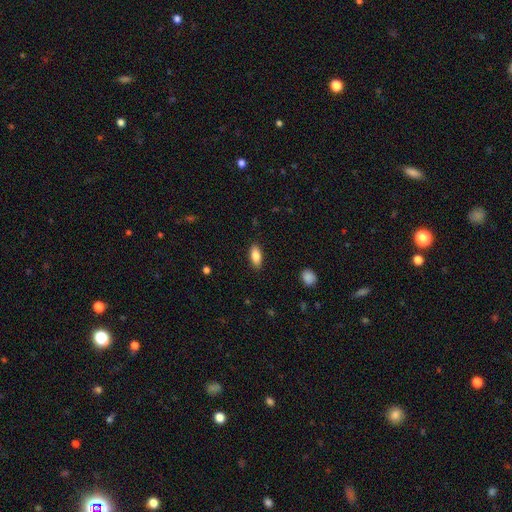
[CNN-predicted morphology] smooth_or_featured: smooth (p=0.82) [alt: featured or disk p=0.11]
how_rounded: in between (p=0.84) [alt: cigar-shaped p=0.13]
merging: none (p=0.88) [alt: minor disturbance p=0.09]